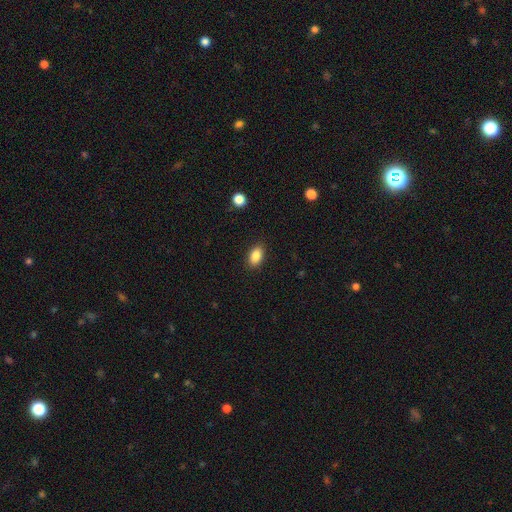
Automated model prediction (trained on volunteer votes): Morphology: type=smooth (86%); roundness=in between (89%); merging=none (89%).